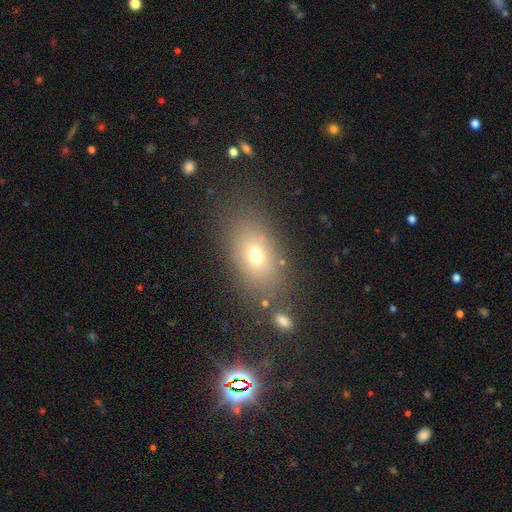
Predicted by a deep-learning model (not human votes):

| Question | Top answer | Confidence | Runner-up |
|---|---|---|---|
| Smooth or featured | smooth | 66% | star or artifact (17%) |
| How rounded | in between | 78% | round (19%) |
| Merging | none | 77% | minor disturbance (11%) |